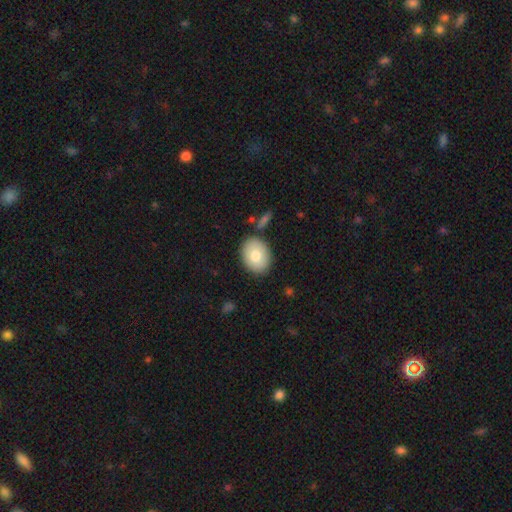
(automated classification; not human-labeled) The model was most divided on "how rounded": in between: 69%, round: 30%, cigar-shaped: 1%. More confident: merging — none (83%); smooth or featured — smooth (77%).